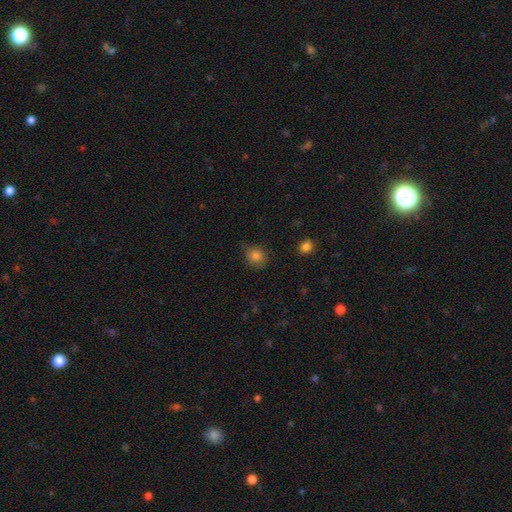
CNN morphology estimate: Smooth or featured?
  - smooth: 83% *
  - star or artifact: 11%
  - featured or disk: 6%
How rounded?
  - round: 74% *
  - in between: 25%
  - cigar-shaped: 1%
Merging?
  - none: 76% *
  - minor disturbance: 19%
  - major disturbance: 4%
  - merger: 1%